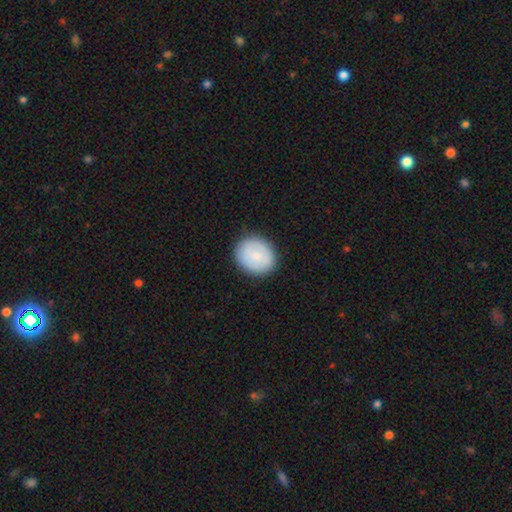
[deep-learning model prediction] Morphology: type=smooth (77%); roundness=round (69%); merging=none (87%).